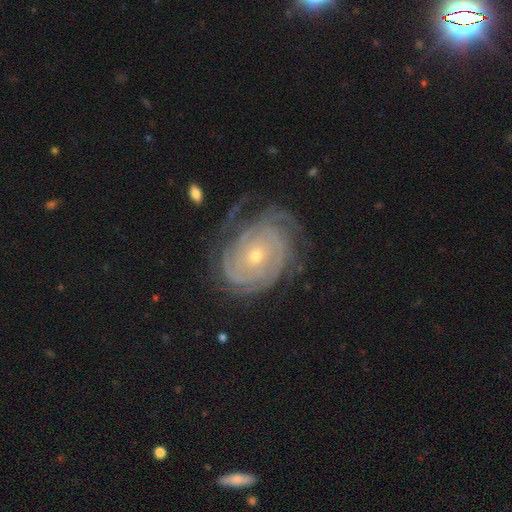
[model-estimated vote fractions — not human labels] This appears to be a featured or disk galaxy (89%) with no bar (79%), tight (84%) spiral arms (97%) and a small central bulge (69%). Merging: none (71%).